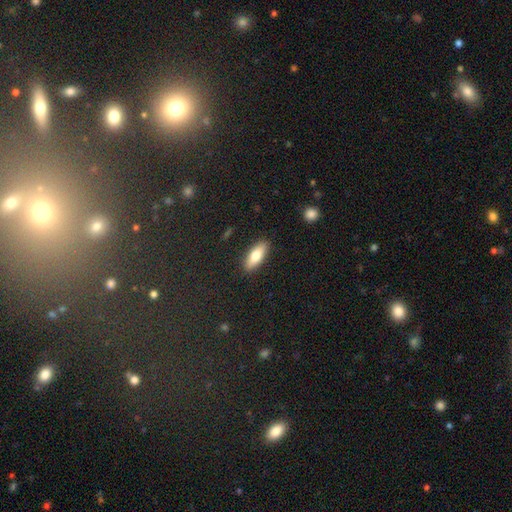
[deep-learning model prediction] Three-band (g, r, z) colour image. It shows a smooth galaxy with no disk features (75%) that is in between round and cigar-shaped (68%). Merging: none (89%).